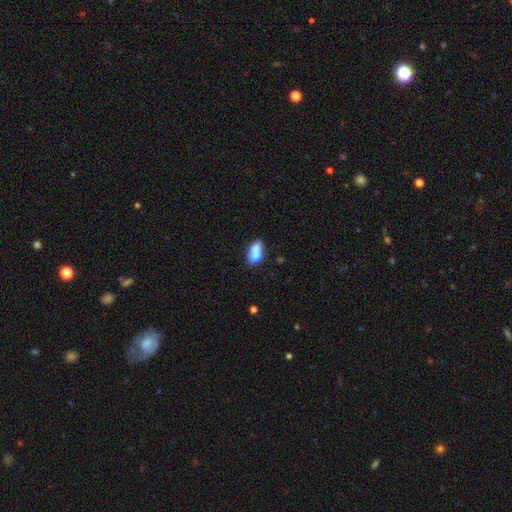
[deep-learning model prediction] This is likely a smooth galaxy (74%). How rounded: clearly in between (83%). Merging: marginally none (39%).